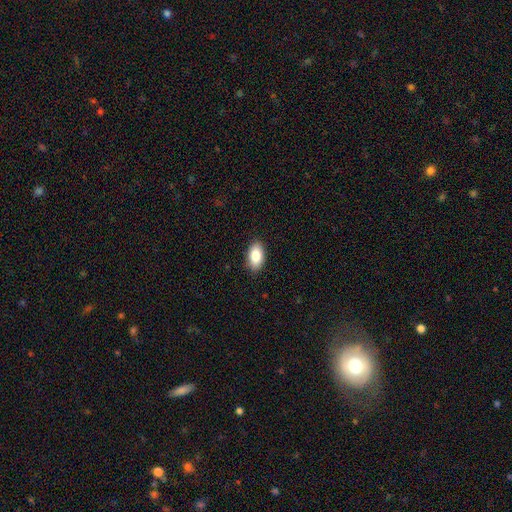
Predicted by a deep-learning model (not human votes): Smooth or featured?
  - smooth: 86% *
  - star or artifact: 7%
  - featured or disk: 7%
How rounded?
  - in between: 93% *
  - round: 4%
  - cigar-shaped: 3%
Merging?
  - none: 89% *
  - minor disturbance: 8%
  - major disturbance: 2%
  - merger: 1%